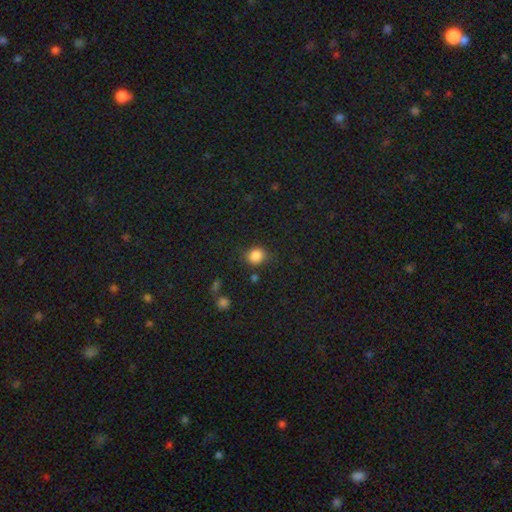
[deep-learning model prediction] Smooth or featured: smooth — 85% (star or artifact — 11%)
How rounded: round — 77% (in between — 22%)
Merging: none — 78% (minor disturbance — 14%)